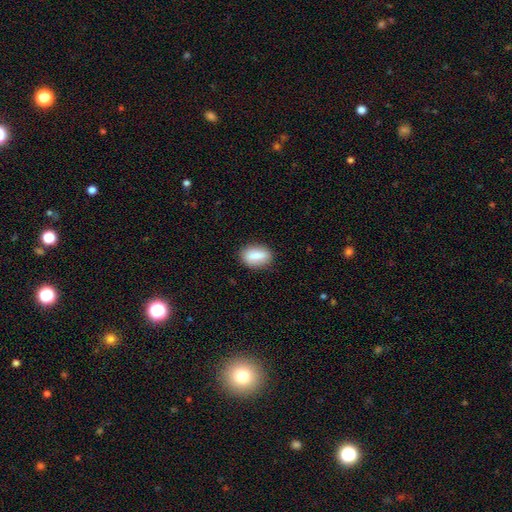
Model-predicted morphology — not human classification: Smooth or featured? smooth (79%)
How rounded? in between (85%)
Merging? none (84%)